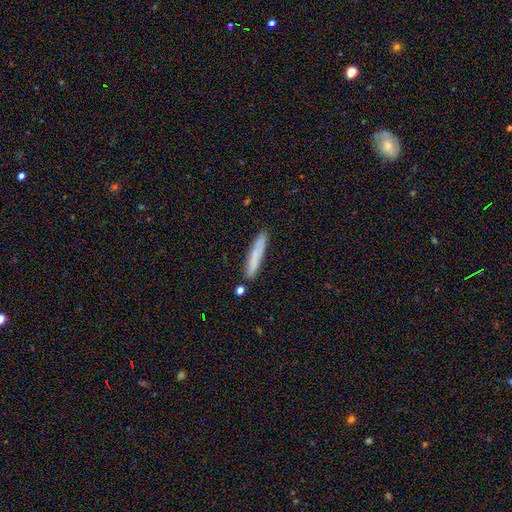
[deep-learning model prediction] The model was most divided on "smooth or featured": smooth: 76%, featured or disk: 17%, star or artifact: 7%. More confident: how rounded — cigar-shaped (93%); merging — none (86%).